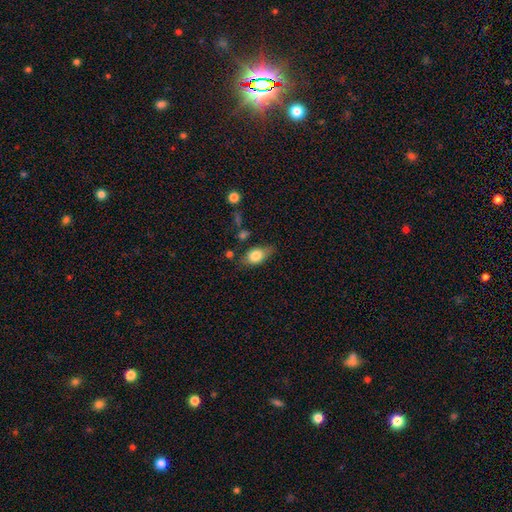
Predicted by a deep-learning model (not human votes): smooth_or_featured: smooth (p=0.78) [alt: featured or disk p=0.14]
how_rounded: in between (p=0.82) [alt: round p=0.13]
merging: none (p=0.67) [alt: minor disturbance p=0.23]